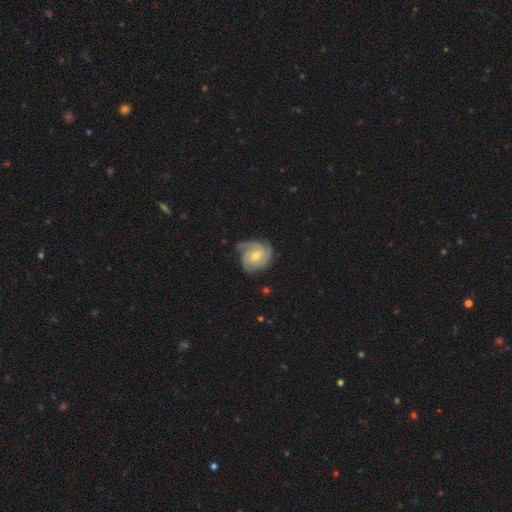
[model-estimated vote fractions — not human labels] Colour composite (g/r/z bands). It shows a featured or disk galaxy (82%) with no bar (59%), 3 (44%) tight (61%) spiral arms (96%) and a moderate central bulge (57%). Merging: none (64%).